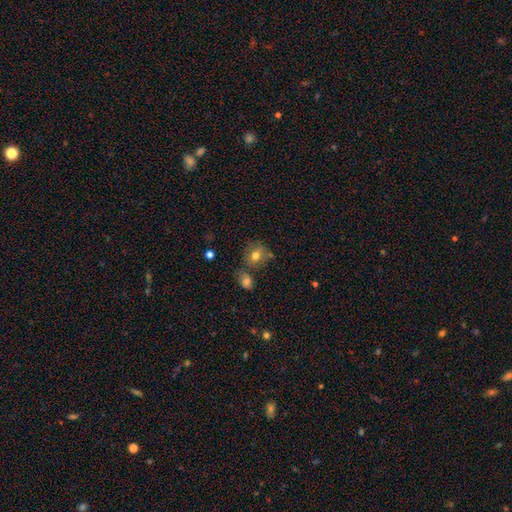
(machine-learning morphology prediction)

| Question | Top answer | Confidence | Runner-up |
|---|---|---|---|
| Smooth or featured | smooth | 74% | featured or disk (15%) |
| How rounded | round | 68% | in between (31%) |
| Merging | none | 61% | merger (18%) |